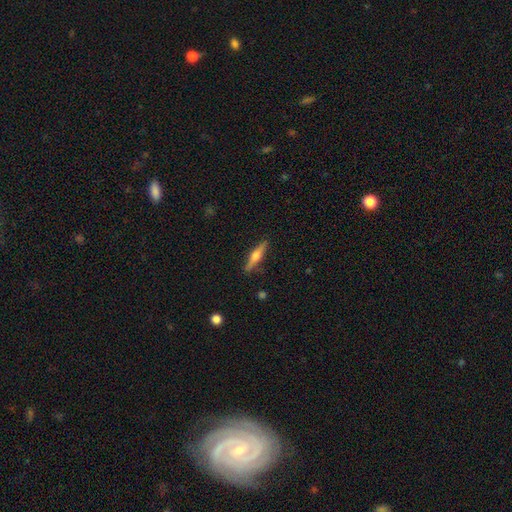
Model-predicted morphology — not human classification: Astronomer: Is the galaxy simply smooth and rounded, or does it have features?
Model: featured or disk — 61%.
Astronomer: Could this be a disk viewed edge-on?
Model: yes — 97%.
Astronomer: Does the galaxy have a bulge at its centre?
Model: rounded — 92%.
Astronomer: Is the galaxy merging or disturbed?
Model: none — 88%.